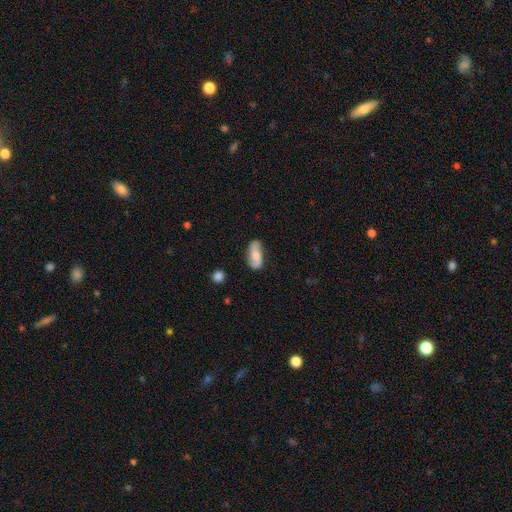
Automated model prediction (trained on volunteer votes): Q: Smooth or featured?
A: featured or disk (50%); runner-up: smooth (43%)
Q: Edge-on disk?
A: no (92%); runner-up: yes (8%)
Q: Merging?
A: none (75%); runner-up: minor disturbance (19%)